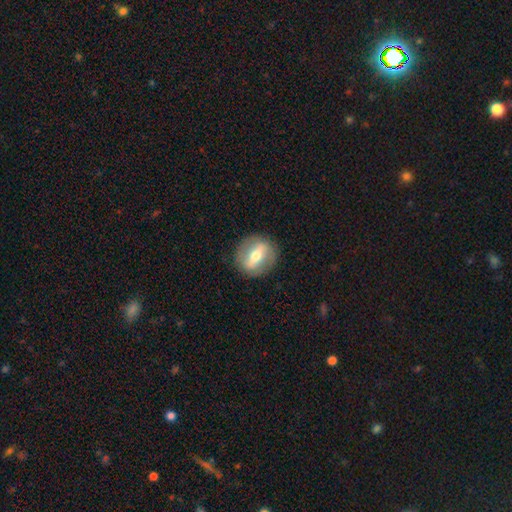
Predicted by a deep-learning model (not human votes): Q: Smooth or featured?
A: featured or disk (58%); runner-up: smooth (36%)
Q: Edge-on disk?
A: no (75%); runner-up: yes (25%)
Q: Merging?
A: none (86%); runner-up: minor disturbance (9%)